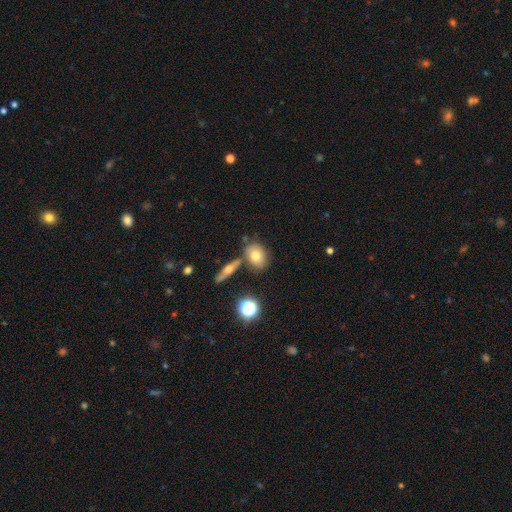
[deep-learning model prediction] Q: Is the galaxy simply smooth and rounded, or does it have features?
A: smooth — 71%.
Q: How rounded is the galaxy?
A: in between — 65%.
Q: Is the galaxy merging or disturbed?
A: none — 65%.